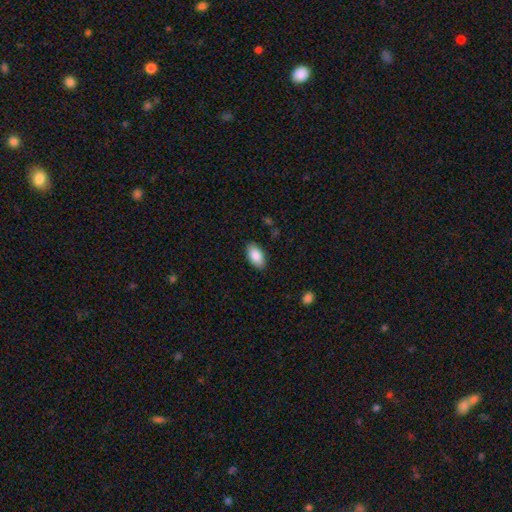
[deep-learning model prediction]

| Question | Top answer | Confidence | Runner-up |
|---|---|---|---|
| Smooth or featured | smooth | 88% | star or artifact (6%) |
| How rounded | in between | 95% | cigar-shaped (3%) |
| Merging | none | 87% | minor disturbance (10%) |